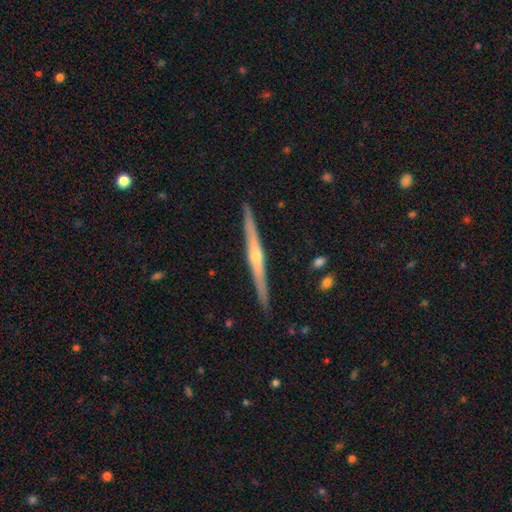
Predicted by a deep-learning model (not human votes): This appears to be a featured or disk galaxy (80%) viewed edge-on (98%) with a rounded central bulge (82%). Merging: none (92%).